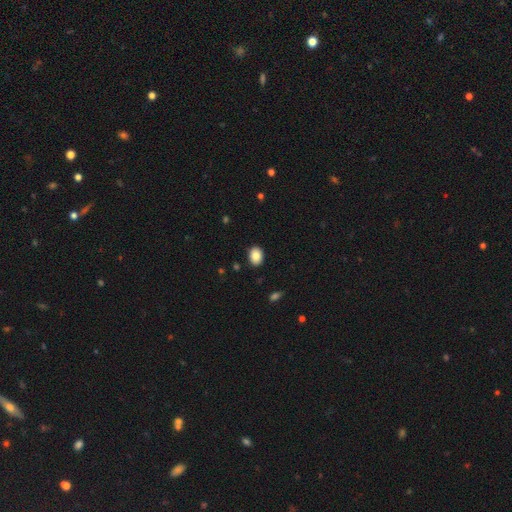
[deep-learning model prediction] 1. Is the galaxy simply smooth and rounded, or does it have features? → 85% smooth, 8% star or artifact, 6% featured or disk.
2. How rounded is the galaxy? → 67% in between, 32% round, 1% cigar-shaped.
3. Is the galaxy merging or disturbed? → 89% none, 8% minor disturbance, 2% major disturbance, 1% merger.